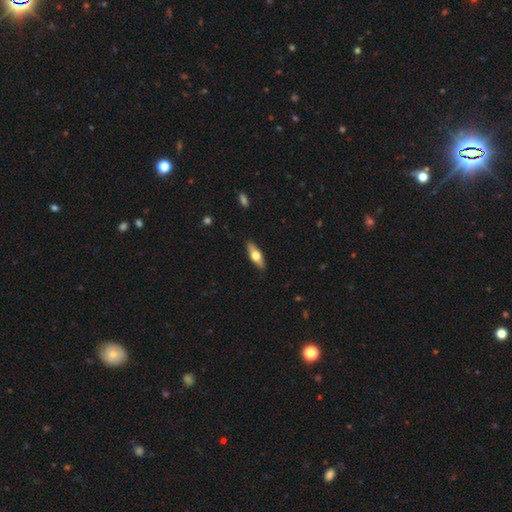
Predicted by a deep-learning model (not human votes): This appears to be a smooth galaxy with no disk features (56%) that is in between round and cigar-shaped (61%). Merging: none (88%).